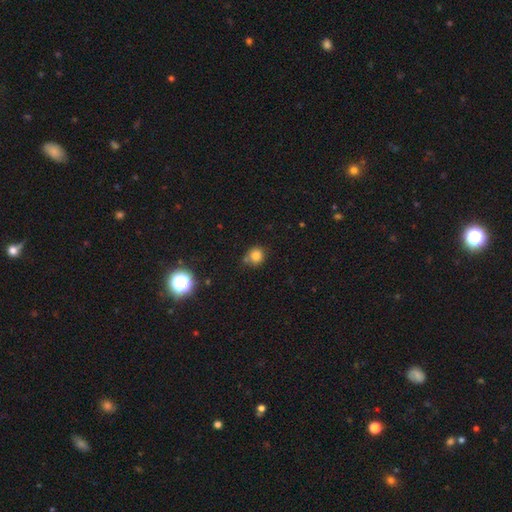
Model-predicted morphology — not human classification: type=smooth (81%); roundness=round (83%); merging=none (66%).